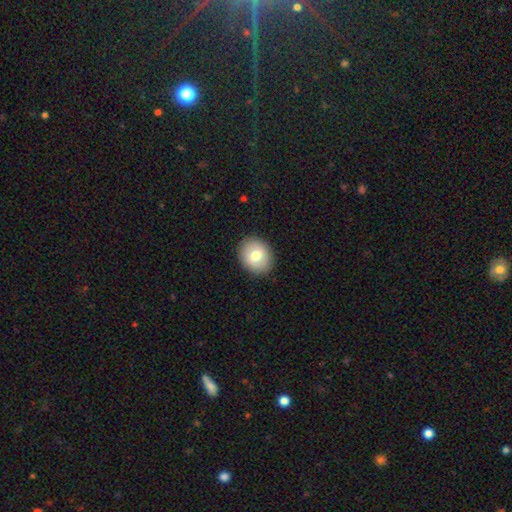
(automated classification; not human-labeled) smooth-or-featured: smooth: 73% | featured or disk: 19% | star or artifact: 8%
  how-rounded: round: 63% | in between: 37% | cigar-shaped: 1%
  merging: none: 90% | minor disturbance: 7% | major disturbance: 2% | merger: 1%